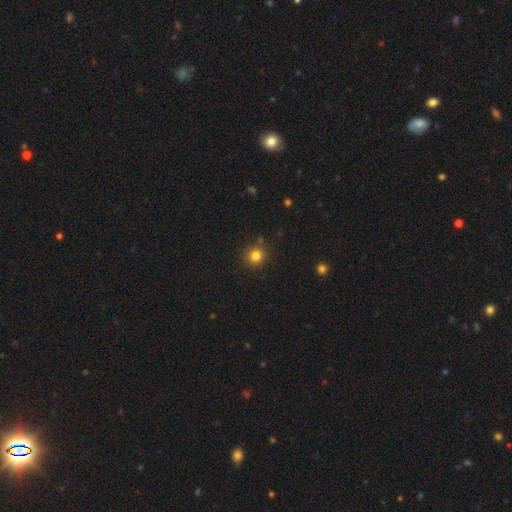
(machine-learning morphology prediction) The model was most divided on "smooth or featured": smooth: 81%, star or artifact: 13%, featured or disk: 5%. More confident: how rounded — round (91%); merging — none (84%).